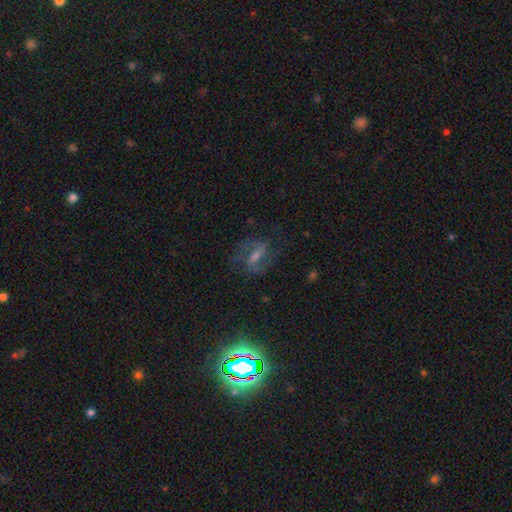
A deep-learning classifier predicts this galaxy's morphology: Q: Smooth or featured?
A: featured or disk (70%); runner-up: star or artifact (18%)
Q: Edge-on disk?
A: no (95%); runner-up: yes (5%)
Q: Bar?
A: weak (44%); runner-up: strong (41%)
Q: Spiral arms?
A: yes (93%); runner-up: no (7%)
Q: Spiral winding?
A: medium (54%); runner-up: loose (27%)
Q: Spiral arm count?
A: 2 (85%); runner-up: can't tell (7%)
Q: Bulge size?
A: small (39%); runner-up: moderate (38%)
Q: Merging?
A: none (75%); runner-up: minor disturbance (14%)